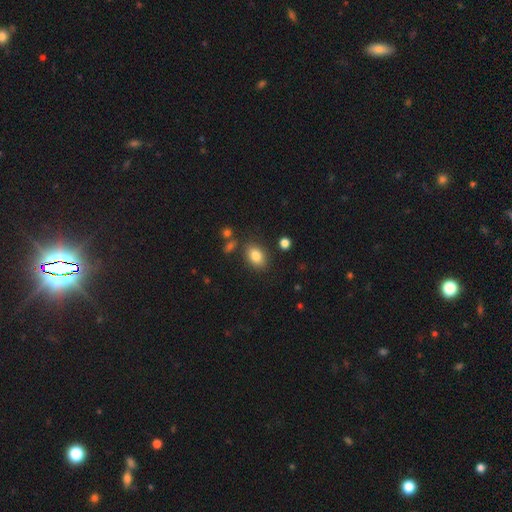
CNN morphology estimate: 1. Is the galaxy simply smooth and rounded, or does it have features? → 82% smooth, 9% star or artifact, 9% featured or disk.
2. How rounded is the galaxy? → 81% in between, 17% round, 2% cigar-shaped.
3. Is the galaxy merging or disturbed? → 81% none, 11% minor disturbance, 4% merger, 3% major disturbance.